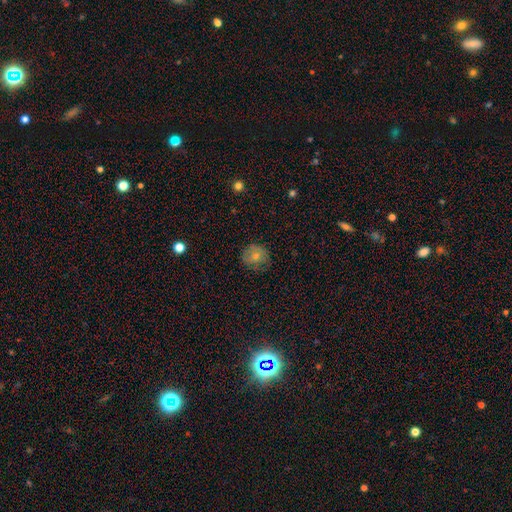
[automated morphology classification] This is likely a smooth galaxy (66%). How rounded: clearly round (85%). Merging: likely none (72%).